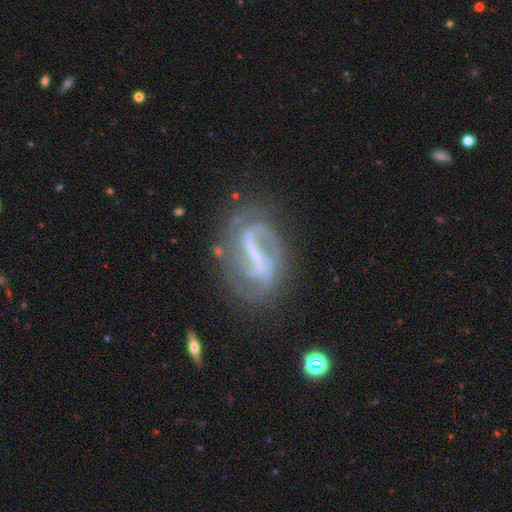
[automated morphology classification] This is clearly a featured or disk galaxy (85%). It is clearly not viewed edge-on (96%). Bar: likely strong (66%). Spiral arm pattern: clearly yes (90%). Spiral arm count: likely 2 (75%). Spiral winding: marginally medium (43%). Central bulge: marginally small (41%, tied with none). Merging: likely none (67%).